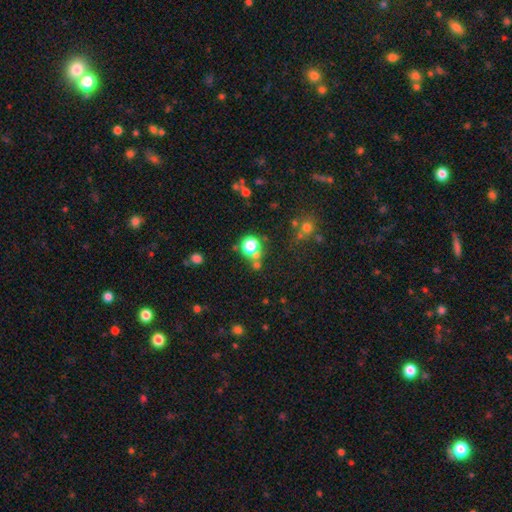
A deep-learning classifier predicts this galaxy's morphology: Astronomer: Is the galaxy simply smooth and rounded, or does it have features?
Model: smooth — 54% (runner-up: star or artifact, 38%).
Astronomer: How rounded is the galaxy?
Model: round — 88%.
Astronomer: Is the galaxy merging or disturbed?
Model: none — 69%.